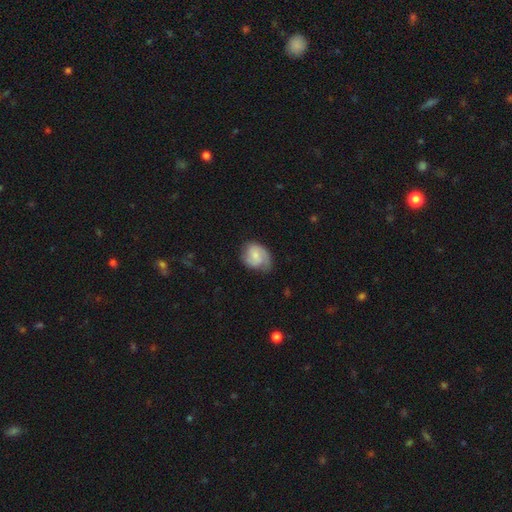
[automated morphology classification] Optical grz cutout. It shows a featured or disk galaxy (52%) with no bar (57%), spiral arms (90%) and a small central bulge (47%). Merging: none (58%).